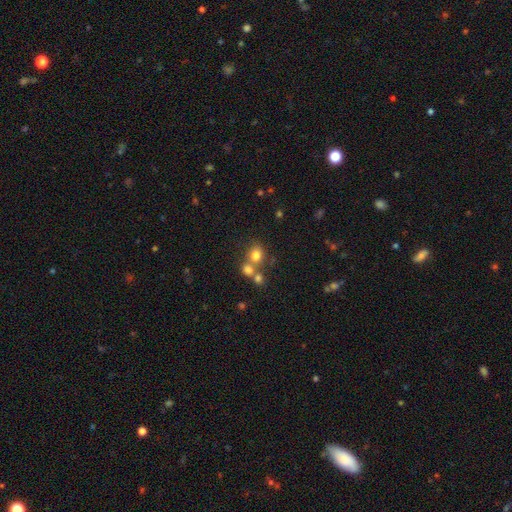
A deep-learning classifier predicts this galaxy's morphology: Smooth or featured?
  - smooth: 74% *
  - star or artifact: 15%
  - featured or disk: 11%
How rounded?
  - round: 77% *
  - in between: 22%
  - cigar-shaped: 1%
Merging?
  - none: 51% *
  - merger: 36%
  - minor disturbance: 8%
  - major disturbance: 4%